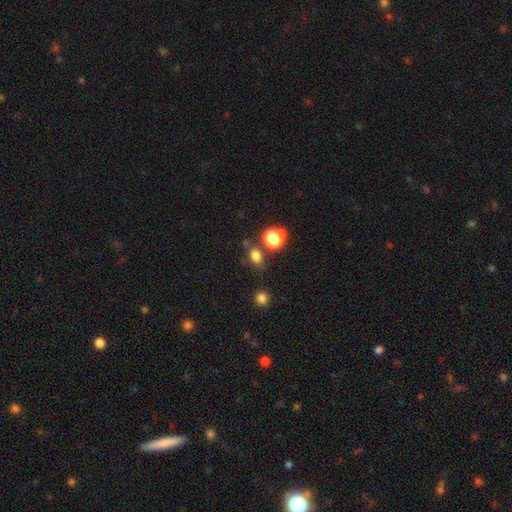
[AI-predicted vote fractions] This appears to be a smooth galaxy with no disk features (74%) that is in between round and cigar-shaped (56%). Merging: none (70%).